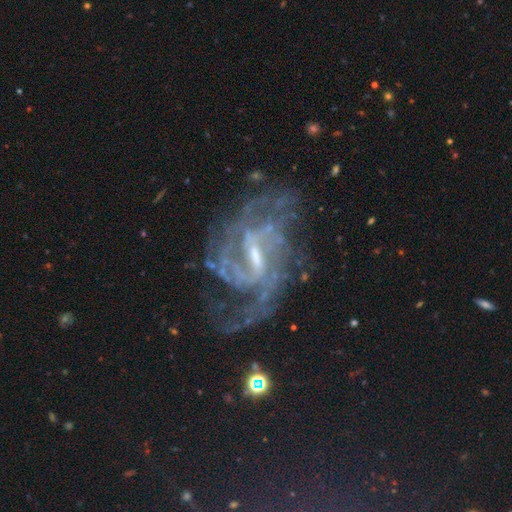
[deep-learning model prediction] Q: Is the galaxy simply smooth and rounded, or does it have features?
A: featured or disk — 89%.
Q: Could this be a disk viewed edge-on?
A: no — 97%.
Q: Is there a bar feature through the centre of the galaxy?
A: weak — 52%.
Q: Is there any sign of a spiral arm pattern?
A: yes — 94%.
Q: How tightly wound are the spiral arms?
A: medium — 47%.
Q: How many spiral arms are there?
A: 2 — 32%.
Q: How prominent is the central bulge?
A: small — 56%.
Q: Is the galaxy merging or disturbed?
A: none — 53%.